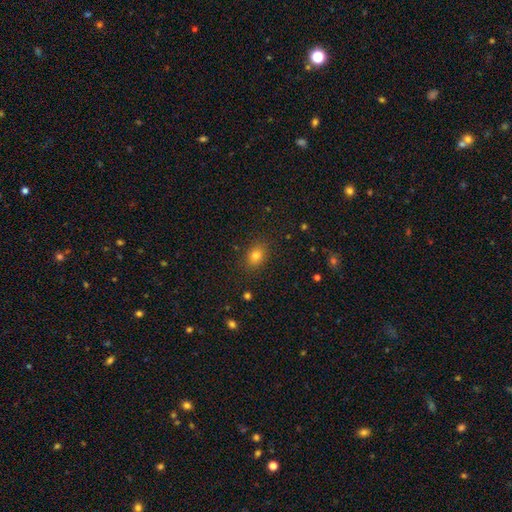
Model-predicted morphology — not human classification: A smooth galaxy with no disk features (79%) that is in between round and cigar-shaped (62%). Merging: none (86%).